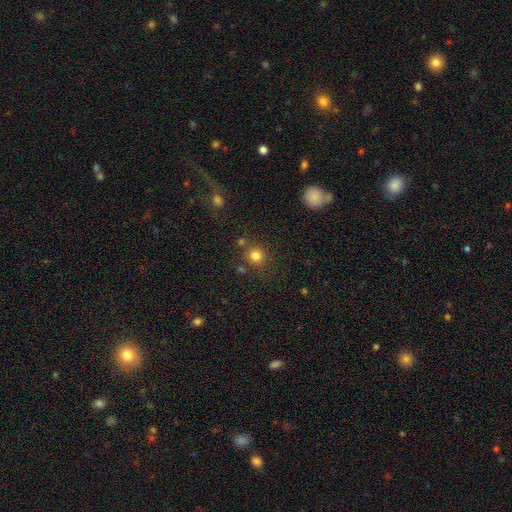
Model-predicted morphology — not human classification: Smooth or featured? smooth (81%)
How rounded? round (91%)
Merging? none (81%)